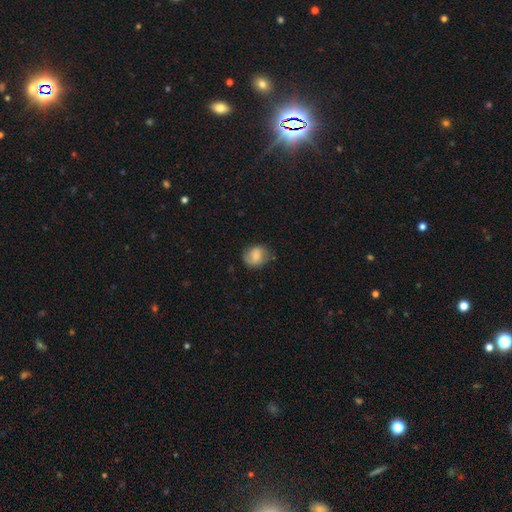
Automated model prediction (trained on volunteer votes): Smooth or featured? smooth (71%)
How rounded? round (63%)
Merging? none (62%)